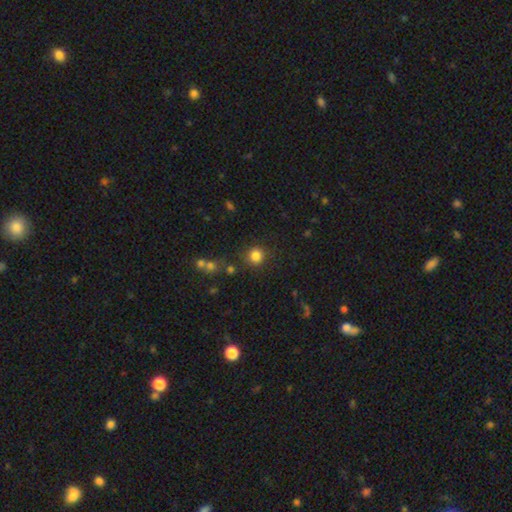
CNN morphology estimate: This is clearly a smooth galaxy (82%). How rounded: clearly round (92%). Merging: clearly none (84%).